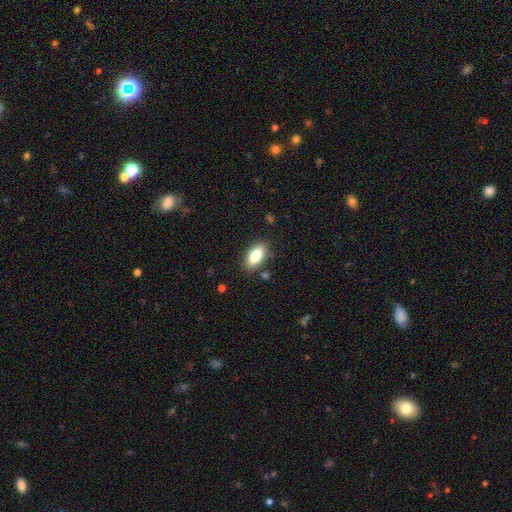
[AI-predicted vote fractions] A smooth galaxy with no disk features (78%) that is in between round and cigar-shaped (87%). Merging: none (84%).